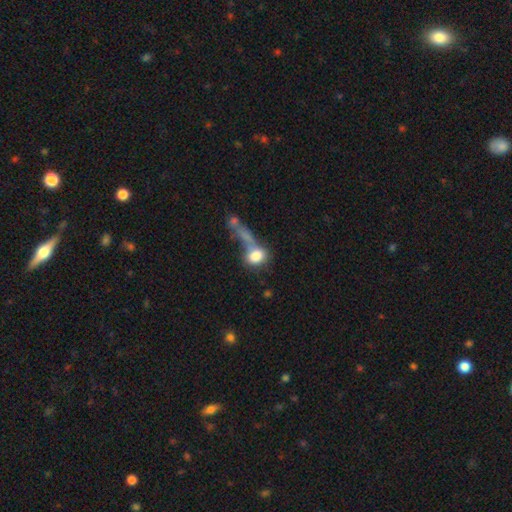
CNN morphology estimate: Q: Smooth or featured?
A: smooth (73%); runner-up: featured or disk (17%)
Q: How rounded?
A: in between (55%); runner-up: round (39%)
Q: Merging?
A: merger (39%); runner-up: major disturbance (27%)